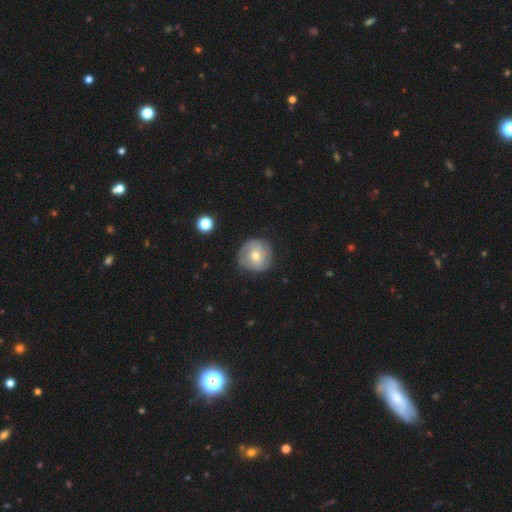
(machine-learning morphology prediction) This is possibly a featured or disk galaxy (50%). Merging: likely none (79%).